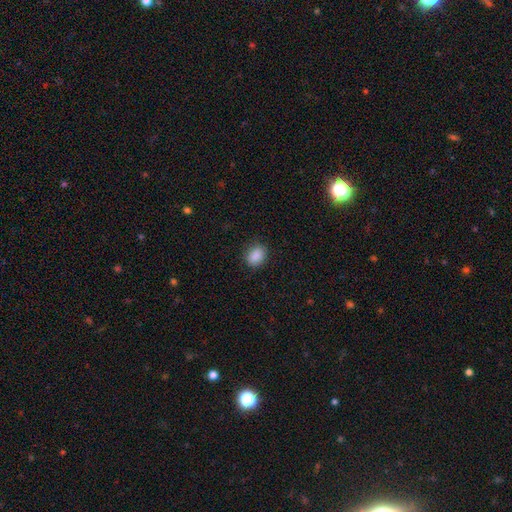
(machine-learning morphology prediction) This appears to be a smooth galaxy with no disk features (88%) that is in between round and cigar-shaped (61%). Merging: none (83%).